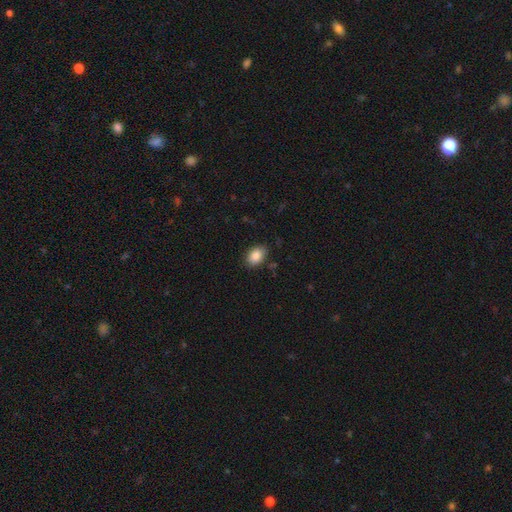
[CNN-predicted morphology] smooth-or-featured: smooth: 87% | star or artifact: 8% | featured or disk: 5%
  how-rounded: in between: 77% | round: 22% | cigar-shaped: 1%
  merging: none: 85% | minor disturbance: 11% | major disturbance: 3% | merger: 1%